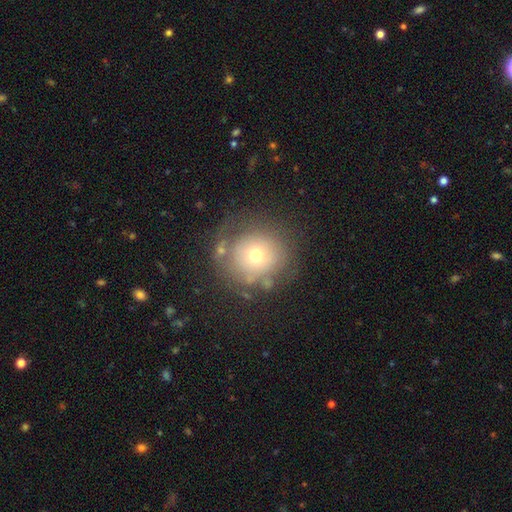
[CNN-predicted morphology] This appears to be a smooth galaxy with no disk features (56%) that is round (88%). Merging: none (63%).